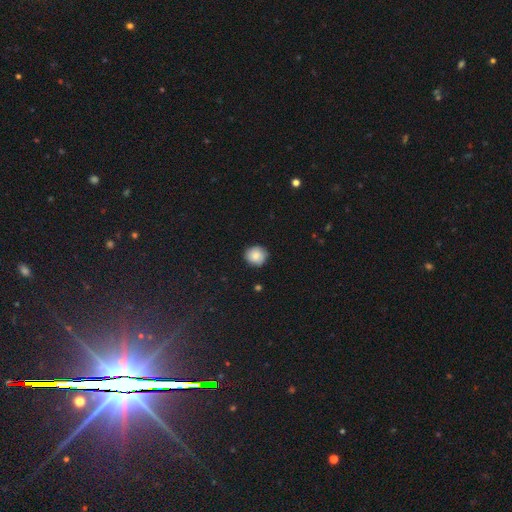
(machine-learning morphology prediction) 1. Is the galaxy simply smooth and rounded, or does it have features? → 81% smooth, 10% featured or disk, 9% star or artifact.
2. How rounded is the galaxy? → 89% round, 10% in between, 1% cigar-shaped.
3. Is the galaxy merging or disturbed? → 85% none, 12% minor disturbance, 2% major disturbance, 1% merger.